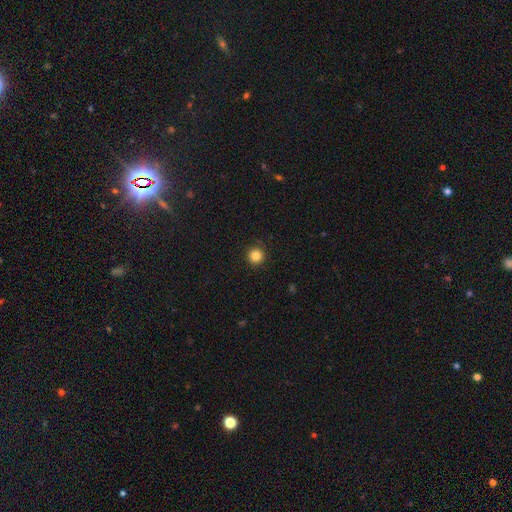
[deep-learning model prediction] A smooth galaxy with no disk features (84%) that is round (96%).

Vote fractions:
- Smooth or featured? smooth: 84% / star or artifact: 11% / featured or disk: 4%
- How rounded? round: 96% / in between: 3% / cigar-shaped: 1%
- Merging? none: 92% / minor disturbance: 5% / major disturbance: 2% / merger: 1%